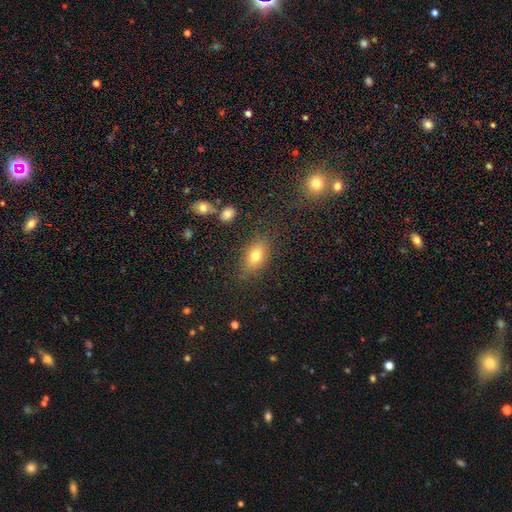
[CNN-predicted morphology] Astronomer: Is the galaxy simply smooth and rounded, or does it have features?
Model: smooth — 77%.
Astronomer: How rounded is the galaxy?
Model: in between — 83%.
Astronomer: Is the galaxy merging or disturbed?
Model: none — 79%.